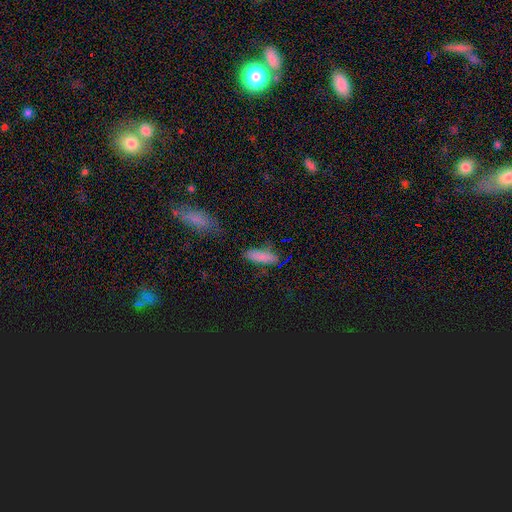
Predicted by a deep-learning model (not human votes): Smooth or featured? smooth (80%)
How rounded? in between (50%)
Merging? none (72%)